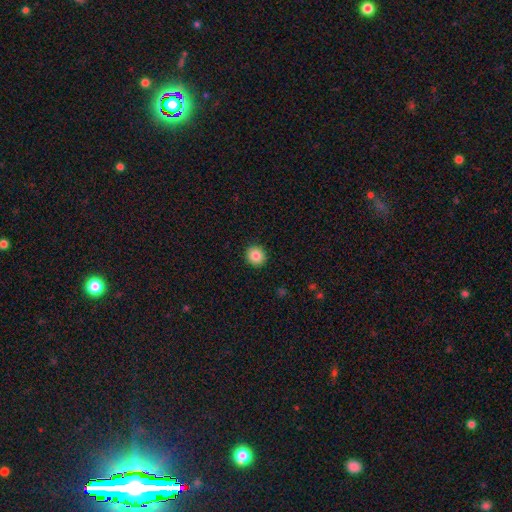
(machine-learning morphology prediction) This is clearly a smooth galaxy (86%). How rounded: clearly round (89%). Merging: clearly none (92%).